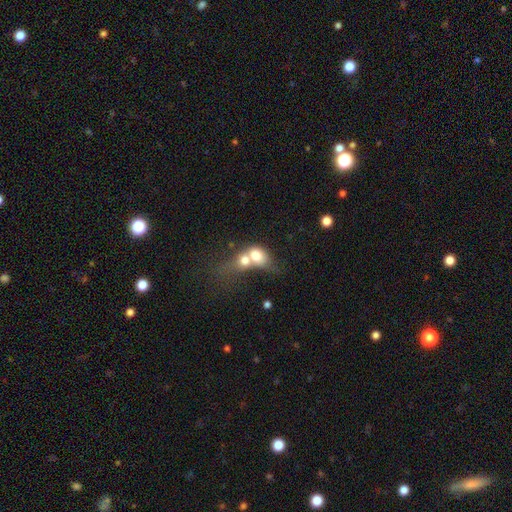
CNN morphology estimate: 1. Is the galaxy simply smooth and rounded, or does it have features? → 67% smooth, 24% featured or disk, 9% star or artifact.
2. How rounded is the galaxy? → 51% in between, 47% round, 2% cigar-shaped.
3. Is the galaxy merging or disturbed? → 78% merger, 11% none, 6% major disturbance, 5% minor disturbance.